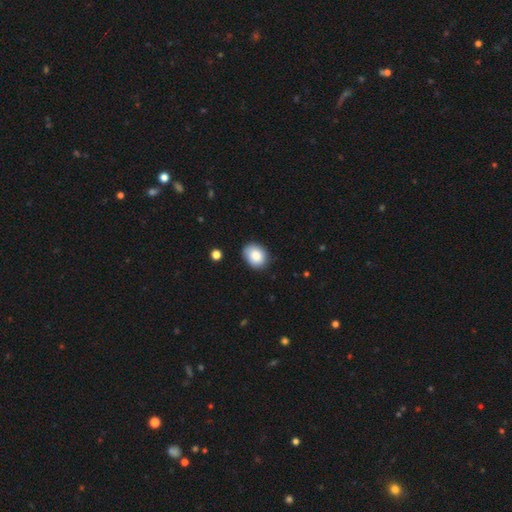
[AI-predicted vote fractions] A smooth galaxy with no disk features (86%) that is in between round and cigar-shaped (56%).

Vote fractions:
- Smooth or featured? smooth: 86% / star or artifact: 8% / featured or disk: 7%
- How rounded? in between: 56% / round: 43% / cigar-shaped: 1%
- Merging? none: 81% / minor disturbance: 15% / major disturbance: 3% / merger: 2%